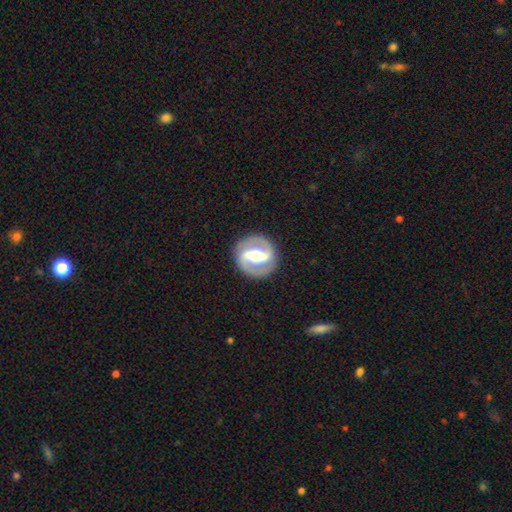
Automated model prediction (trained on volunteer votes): Smooth or featured?
  - featured or disk: 86% *
  - smooth: 10%
  - star or artifact: 4%
Edge-on disk?
  - no: 97% *
  - yes: 3%
Bar?
  - strong: 69% *
  - weak: 22%
  - no: 9%
Spiral arms?
  - yes: 85% *
  - no: 15%
Spiral winding?
  - medium: 49% *
  - tight: 37%
  - loose: 14%
Spiral arm count?
  - 2: 92% *
  - can't tell: 3%
  - 1: 2%
  - 3: 1%
  - 4: 1%
  - more than 4: 1%
Bulge size?
  - moderate: 66% *
  - large: 20%
  - small: 10%
  - dominant: 2%
  - none: 1%
Merging?
  - none: 89% *
  - minor disturbance: 7%
  - major disturbance: 3%
  - merger: 1%